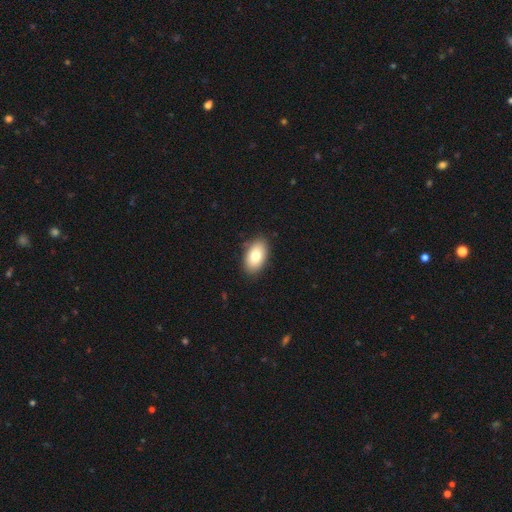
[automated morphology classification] A smooth galaxy with no disk features (78%) that is in between round and cigar-shaped (93%). Merging: none (86%).